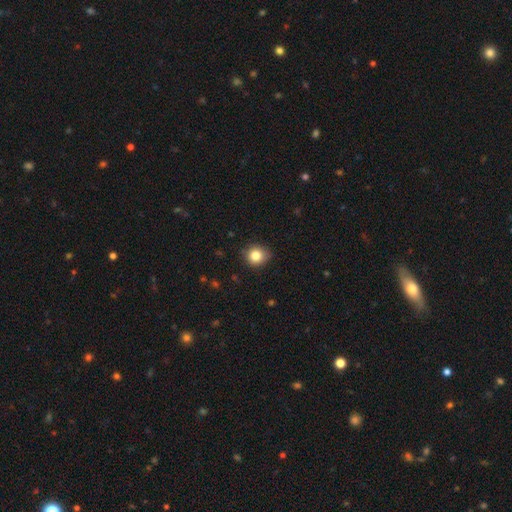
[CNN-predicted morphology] A smooth galaxy with no disk features (84%) that is round (88%). Merging: none (86%).